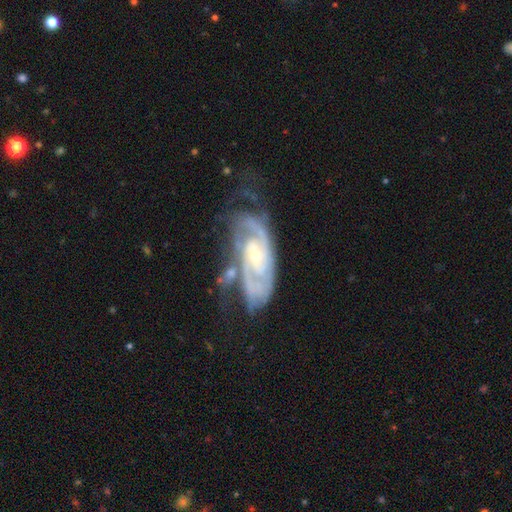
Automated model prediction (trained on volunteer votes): smooth_or_featured: featured or disk (p=0.89) [alt: smooth p=0.06]
disk_edge_on: no (p=0.95) [alt: yes p=0.05]
bar: no (p=0.52) [alt: weak p=0.36]
has_spiral_arms: yes (p=0.97) [alt: no p=0.03]
spiral_winding: tight (p=0.60) [alt: medium p=0.33]
spiral_arm_count: 2 (p=0.55) [alt: can't tell p=0.20]
bulge_size: small (p=0.62) [alt: moderate p=0.34]
merging: none (p=0.46) [alt: minor disturbance p=0.25]